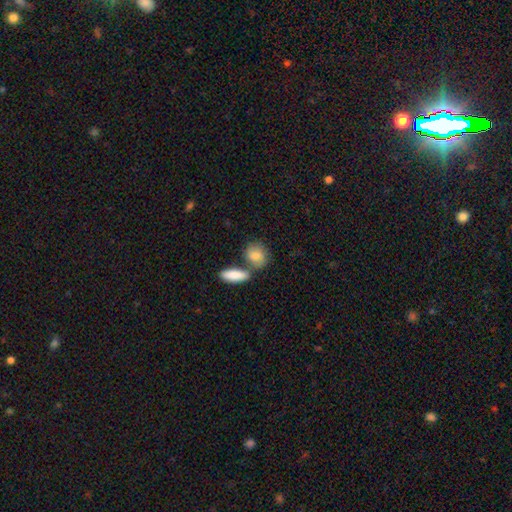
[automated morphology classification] Smooth or featured?
  - smooth: 85% *
  - featured or disk: 9%
  - star or artifact: 6%
How rounded?
  - in between: 61% *
  - round: 33%
  - cigar-shaped: 6%
Merging?
  - none: 50% *
  - merger: 34%
  - minor disturbance: 12%
  - major disturbance: 4%